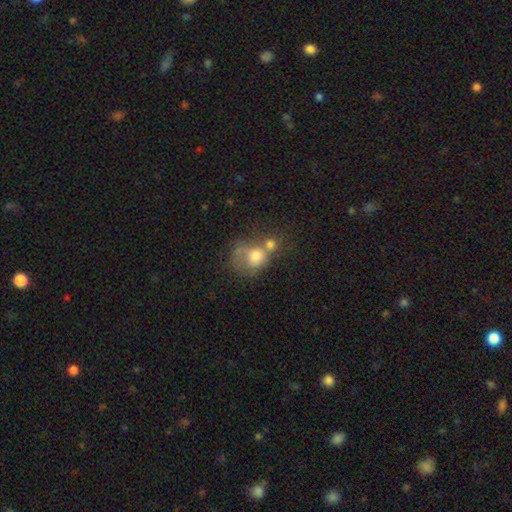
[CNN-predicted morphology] A smooth galaxy with no disk features (67%) that is round (62%).

Vote fractions:
- Smooth or featured? smooth: 67% / featured or disk: 22% / star or artifact: 11%
- How rounded? round: 62% / in between: 37% / cigar-shaped: 1%
- Merging? merger: 55% / none: 19% / major disturbance: 15% / minor disturbance: 11%